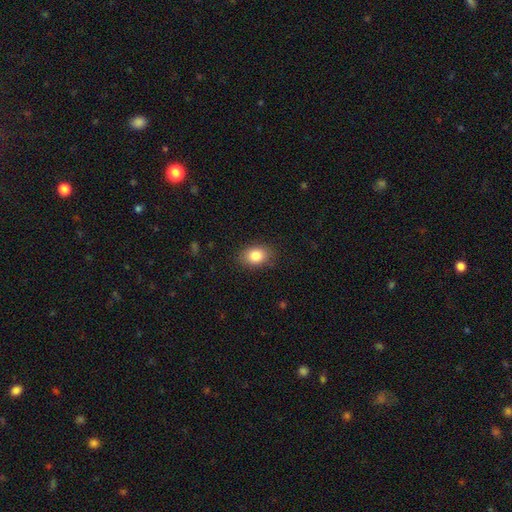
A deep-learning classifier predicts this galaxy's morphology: This is clearly a smooth galaxy (84%). How rounded: likely in between (72%). Merging: clearly none (85%).